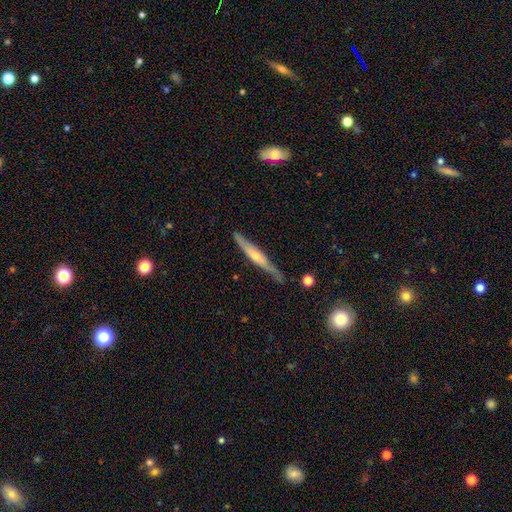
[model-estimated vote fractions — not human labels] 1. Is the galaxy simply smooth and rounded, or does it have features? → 67% featured or disk, 27% smooth, 6% star or artifact.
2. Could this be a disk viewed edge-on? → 94% yes, 6% no.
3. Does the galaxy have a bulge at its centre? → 68% rounded, 21% none, 10% boxy.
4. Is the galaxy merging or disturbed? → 80% none, 15% minor disturbance, 3% major disturbance, 2% merger.